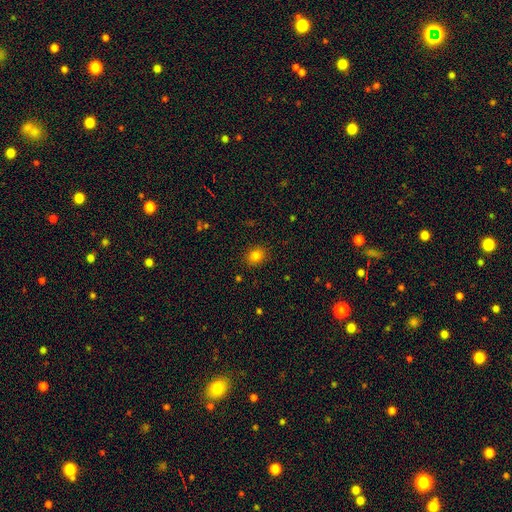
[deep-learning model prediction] Smooth or featured?
  - smooth: 82% *
  - star or artifact: 13%
  - featured or disk: 6%
How rounded?
  - round: 57% *
  - in between: 42%
  - cigar-shaped: 1%
Merging?
  - none: 88% *
  - minor disturbance: 8%
  - major disturbance: 2%
  - merger: 1%